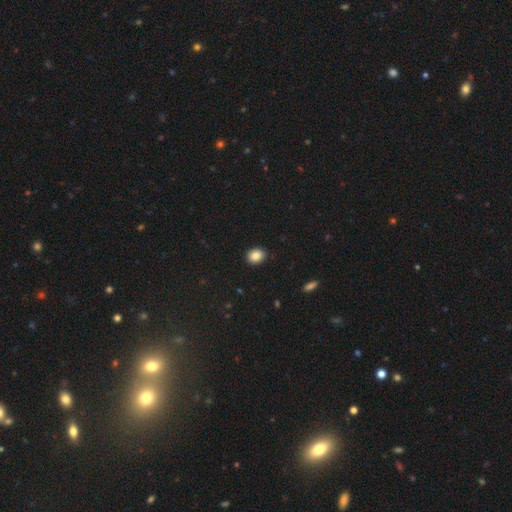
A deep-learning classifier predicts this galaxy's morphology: type=smooth (87%); roundness=round (51%); merging=none (90%).